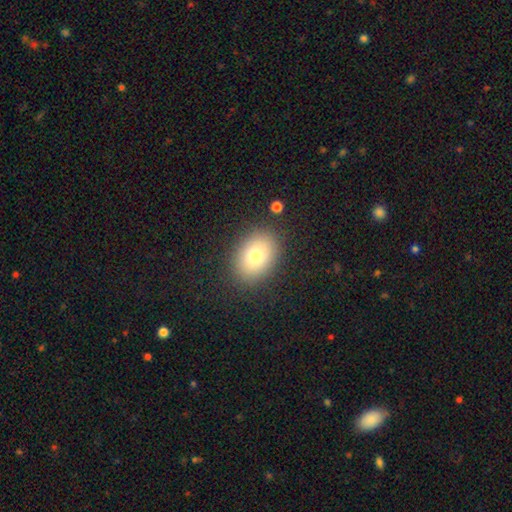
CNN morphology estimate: Q: Smooth or featured?
A: smooth (78%); runner-up: featured or disk (12%)
Q: How rounded?
A: in between (75%); runner-up: round (24%)
Q: Merging?
A: none (87%); runner-up: minor disturbance (9%)